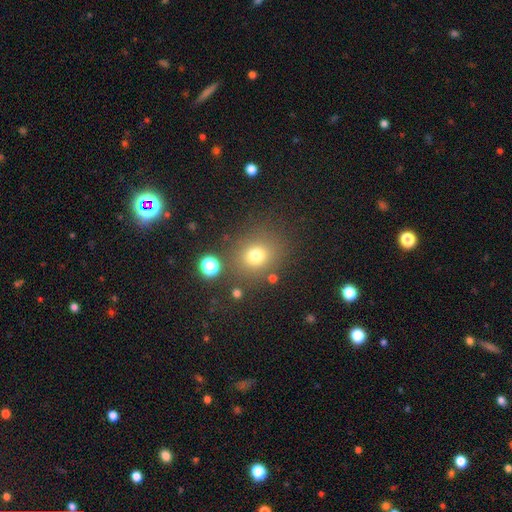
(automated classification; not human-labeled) Q: Smooth or featured?
A: smooth (74%); runner-up: star or artifact (16%)
Q: How rounded?
A: round (75%); runner-up: in between (24%)
Q: Merging?
A: none (79%); runner-up: minor disturbance (11%)